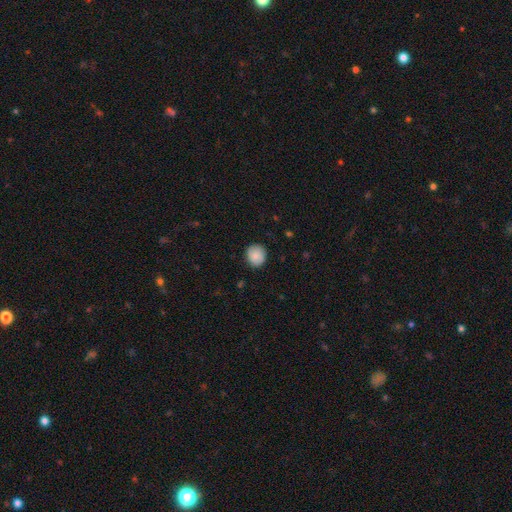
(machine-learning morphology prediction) Smooth or featured: smooth — 85% (featured or disk — 8%)
How rounded: round — 82% (in between — 18%)
Merging: none — 85% (minor disturbance — 11%)